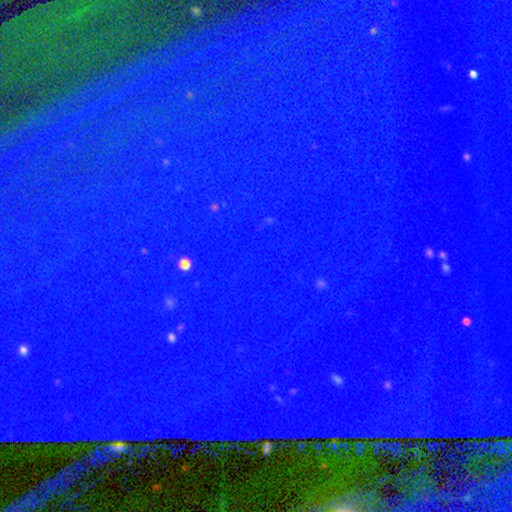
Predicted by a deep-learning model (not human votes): star or artifact 86%, smooth 8%, featured or disk 7%.